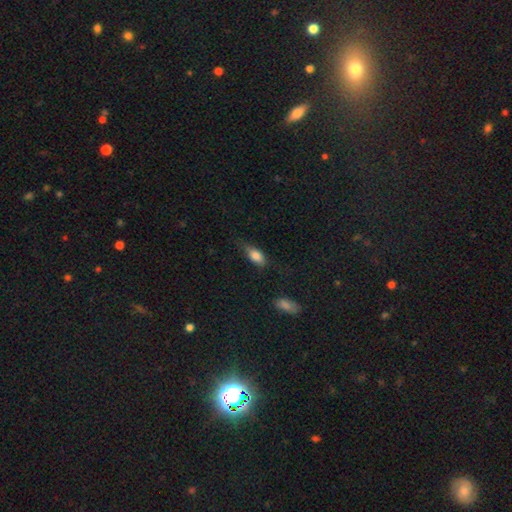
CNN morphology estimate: smooth_or_featured: smooth (p=0.79) [alt: featured or disk p=0.14]
how_rounded: in between (p=0.83) [alt: cigar-shaped p=0.11]
merging: none (p=0.59) [alt: minor disturbance p=0.30]